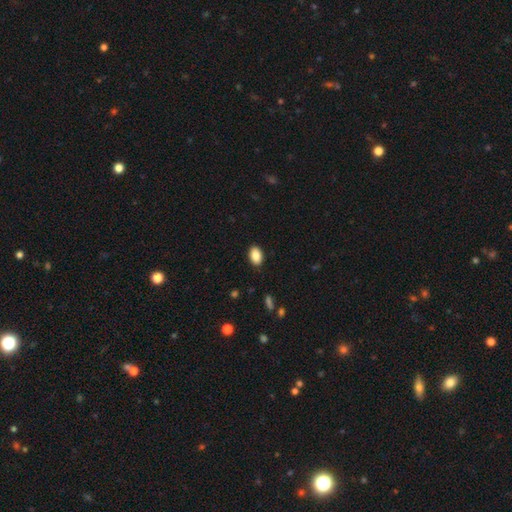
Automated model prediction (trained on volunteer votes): A smooth galaxy with no disk features (87%) that is in between round and cigar-shaped (88%).

Vote fractions:
- Smooth or featured? smooth: 87% / star or artifact: 7% / featured or disk: 5%
- How rounded? in between: 88% / round: 10% / cigar-shaped: 1%
- Merging? none: 89% / minor disturbance: 8% / major disturbance: 2% / merger: 1%